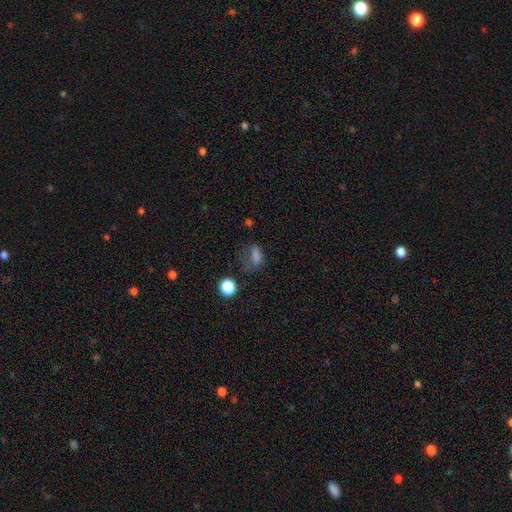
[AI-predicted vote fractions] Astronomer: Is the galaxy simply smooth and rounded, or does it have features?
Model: smooth — 67%.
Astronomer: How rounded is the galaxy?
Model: in between — 72%.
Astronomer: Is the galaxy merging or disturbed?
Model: none — 46% (runner-up: minor disturbance, 26%).